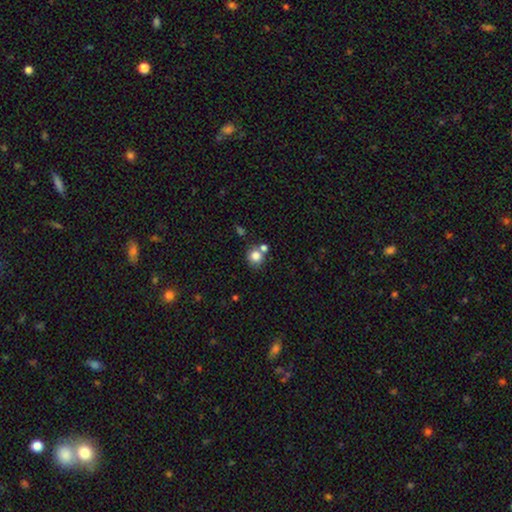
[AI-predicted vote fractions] This is clearly a smooth galaxy (81%). How rounded: clearly round (82%). Merging: possibly none (59%).